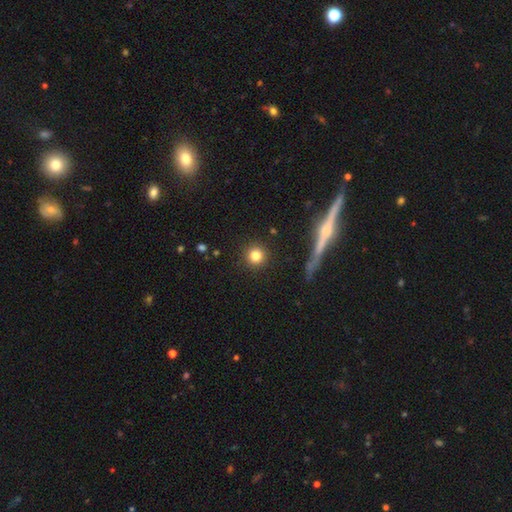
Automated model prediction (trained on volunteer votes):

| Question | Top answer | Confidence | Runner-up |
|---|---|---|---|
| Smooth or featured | smooth | 81% | star or artifact (11%) |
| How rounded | round | 95% | in between (4%) |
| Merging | none | 91% | minor disturbance (5%) |